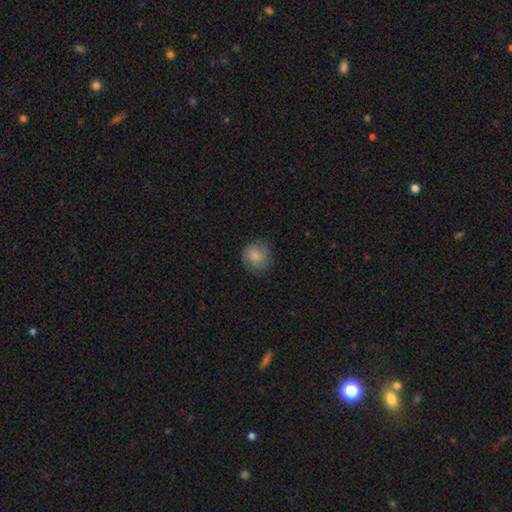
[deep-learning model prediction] The model was most divided on "merging": none: 77%, minor disturbance: 17%, major disturbance: 4%, merger: 1%. More confident: how rounded — round (86%); smooth or featured — smooth (82%).